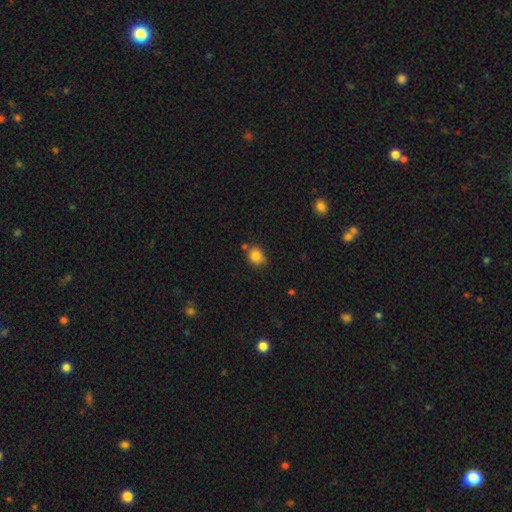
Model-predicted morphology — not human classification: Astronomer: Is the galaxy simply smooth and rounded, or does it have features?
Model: smooth — 83%.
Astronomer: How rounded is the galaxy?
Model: round — 72%.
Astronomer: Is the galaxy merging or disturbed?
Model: none — 66%.